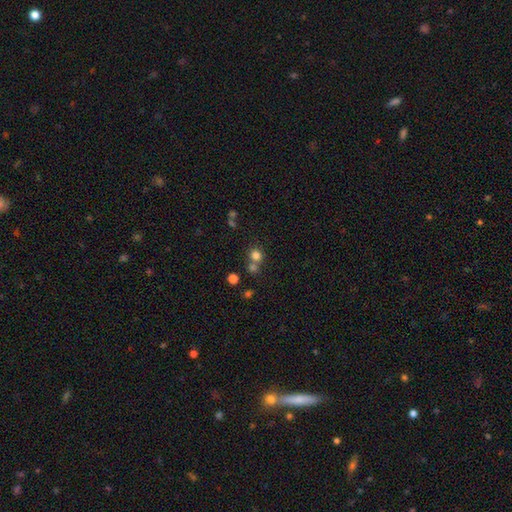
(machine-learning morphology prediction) smooth_or_featured: smooth (p=0.76) [alt: star or artifact p=0.16]
how_rounded: round (p=0.88) [alt: in between p=0.11]
merging: none (p=0.56) [alt: merger p=0.33]